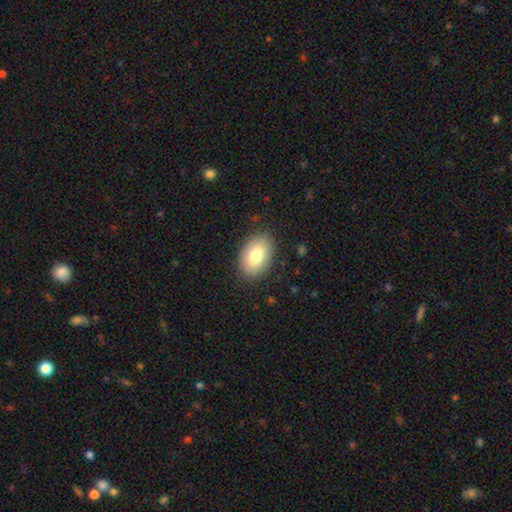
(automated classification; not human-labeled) Overall: smooth (79%). How rounded: in between (90%). Merging: none (86%).